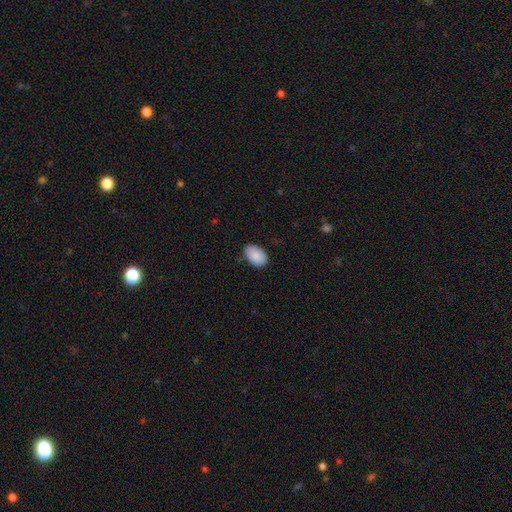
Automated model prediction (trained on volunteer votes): The model was most divided on "merging": none: 85%, minor disturbance: 12%, major disturbance: 2%, merger: 1%. More confident: how rounded — in between (91%); smooth or featured — smooth (90%).